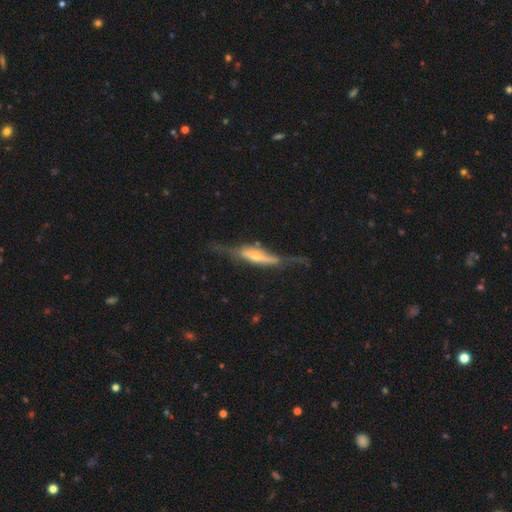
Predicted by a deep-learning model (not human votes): Smooth or featured? featured or disk (72%)
Edge-on disk? yes (72%)
Edge-on bulge? rounded (74%)
Merging? none (44%)